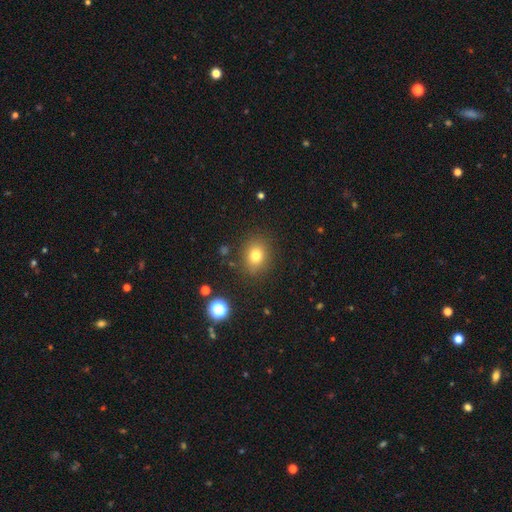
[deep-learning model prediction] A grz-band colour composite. It shows a smooth galaxy with no disk features (77%) that is round (62%). Merging: none (85%).